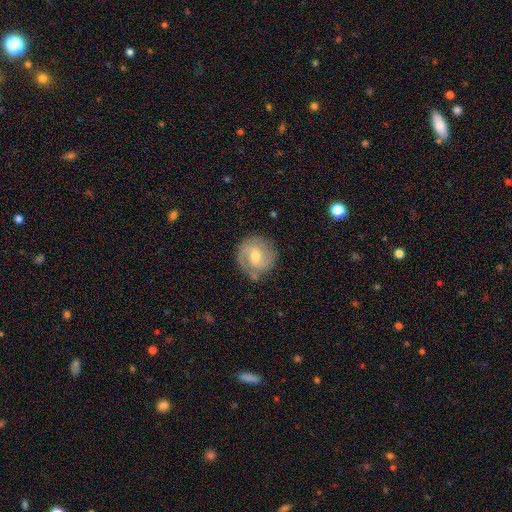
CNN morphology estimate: featured or disk 78%, smooth 17%, star or artifact 6%. Down the decision tree: edge-on disk — no (98%); bar — weak (47%); spiral arms — yes (94%); spiral arm count — 2 (73%); spiral winding — tight (47%); bulge size — moderate (58%); merging — none (79%).